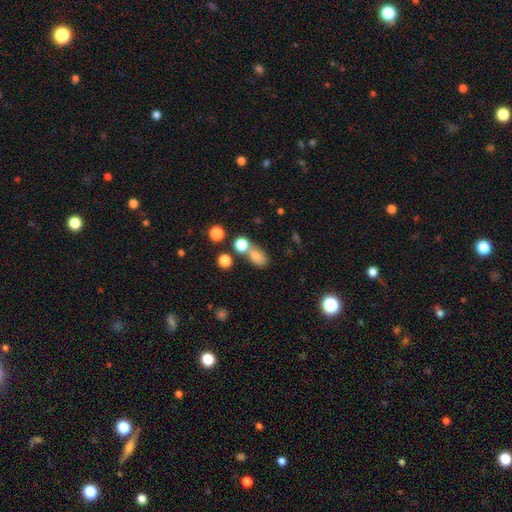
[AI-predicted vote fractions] Q: Smooth or featured?
A: smooth (77%); runner-up: star or artifact (14%)
Q: How rounded?
A: in between (71%); runner-up: round (27%)
Q: Merging?
A: none (49%); runner-up: merger (32%)